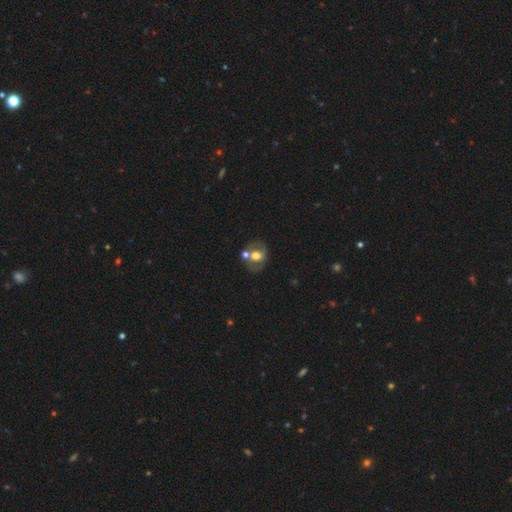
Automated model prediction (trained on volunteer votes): Overall: featured or disk (48%; smooth 43%). Merging: none (52%; merger 26%).